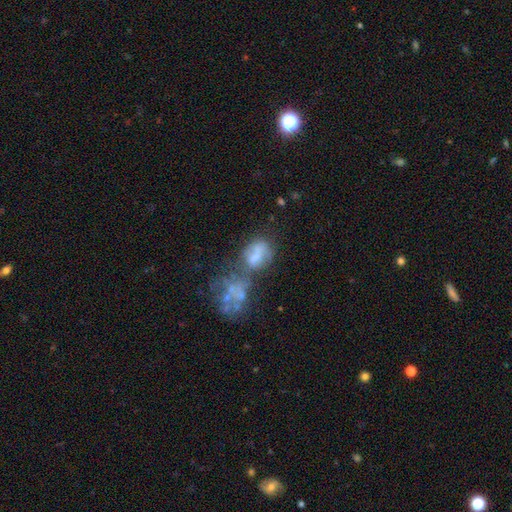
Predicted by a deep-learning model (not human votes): A featured or disk galaxy (48%). Merging: merger (52%).